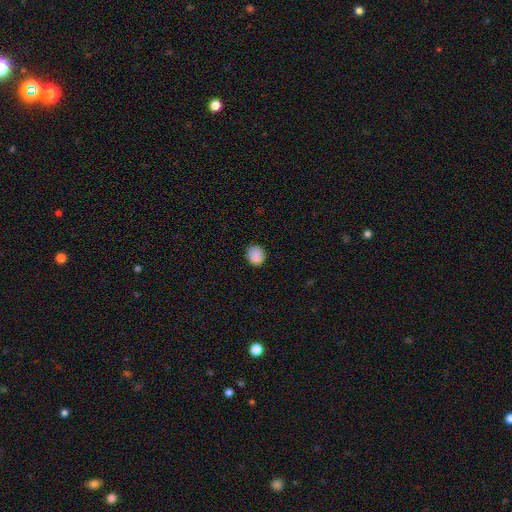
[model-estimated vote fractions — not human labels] Morphology: type=smooth (88%); roundness=round (72%); merging=none (85%).